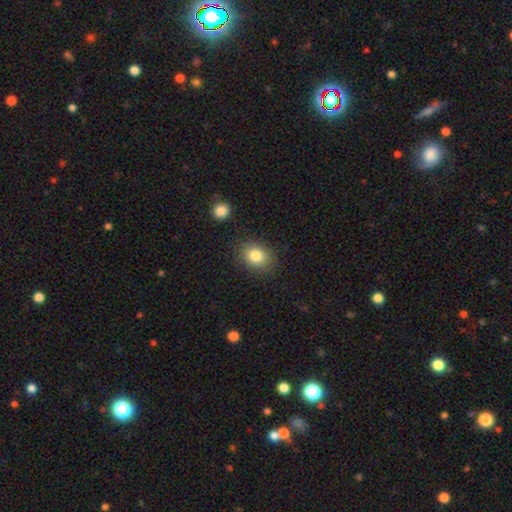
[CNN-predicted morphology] Overall: smooth (83%). How rounded: in between (53%; round 46%). Merging: none (85%).